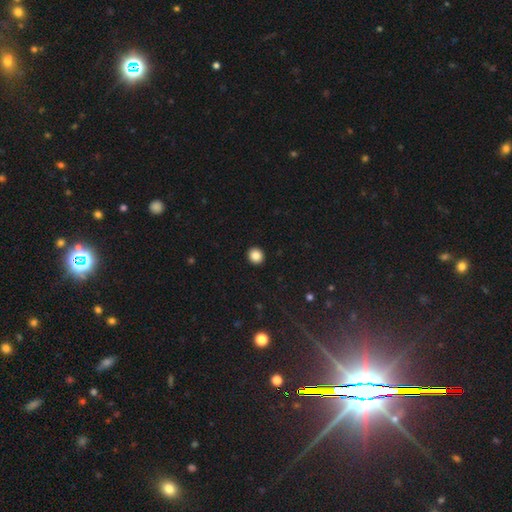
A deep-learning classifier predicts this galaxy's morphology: smooth_or_featured: smooth (p=0.87) [alt: star or artifact p=0.10]
how_rounded: round (p=0.88) [alt: in between p=0.11]
merging: none (p=0.93) [alt: minor disturbance p=0.04]